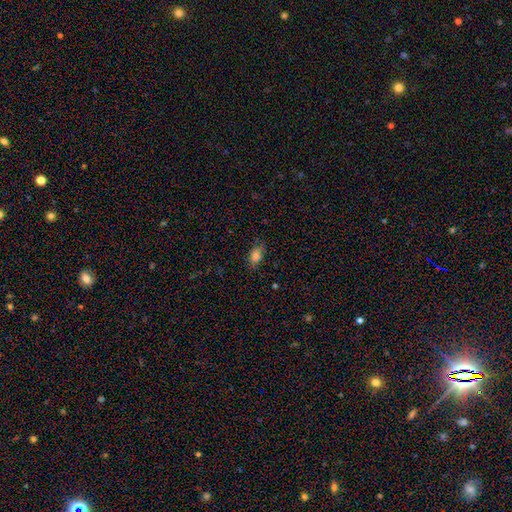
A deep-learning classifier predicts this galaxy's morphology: The model was most divided on "merging": none: 77%, minor disturbance: 18%, major disturbance: 4%, merger: 1%. More confident: how rounded — in between (82%); smooth or featured — smooth (79%).